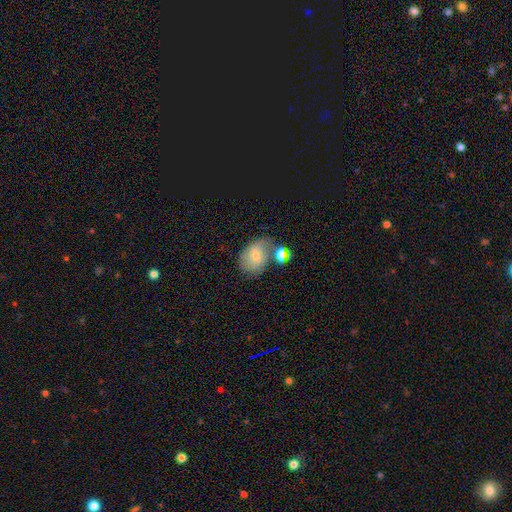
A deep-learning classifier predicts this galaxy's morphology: smooth 68%, featured or disk 22%, star or artifact 10%. Down the decision tree: how rounded — in between (71%); merging — none (47%).